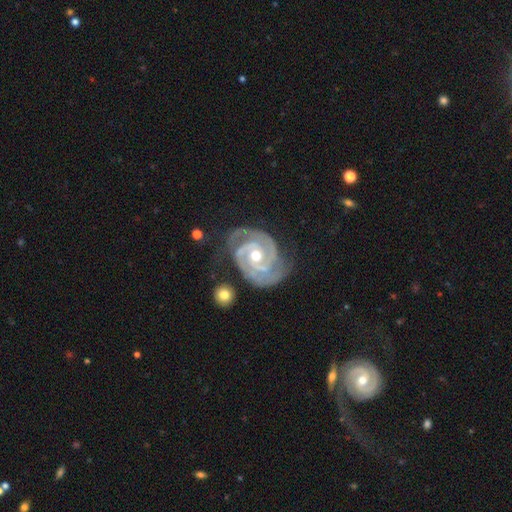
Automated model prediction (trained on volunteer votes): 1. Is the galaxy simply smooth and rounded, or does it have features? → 93% featured or disk, 4% star or artifact, 3% smooth.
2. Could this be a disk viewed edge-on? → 98% no, 2% yes.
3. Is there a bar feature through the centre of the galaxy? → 52% no, 32% weak, 15% strong.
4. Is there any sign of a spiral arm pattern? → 98% yes, 2% no.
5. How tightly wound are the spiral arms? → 71% tight, 26% medium, 3% loose.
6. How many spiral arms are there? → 46% 2, 35% 3, 7% can't tell, 5% 4, 4% 1, 4% more than 4.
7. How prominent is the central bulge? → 68% moderate, 28% small, 2% large, 1% none, 1% dominant.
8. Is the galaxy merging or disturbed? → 70% none, 20% minor disturbance, 7% major disturbance, 3% merger.